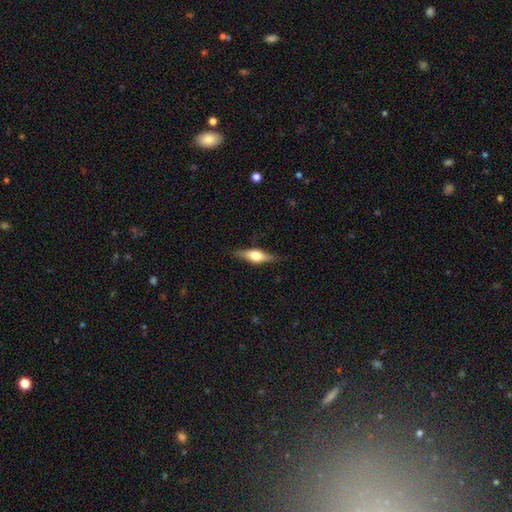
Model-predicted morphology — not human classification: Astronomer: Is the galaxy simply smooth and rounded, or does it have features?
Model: featured or disk — 54% (runner-up: smooth, 40%).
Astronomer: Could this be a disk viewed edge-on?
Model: yes — 94%.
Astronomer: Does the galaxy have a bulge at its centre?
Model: rounded — 92%.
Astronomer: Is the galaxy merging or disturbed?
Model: none — 85%.